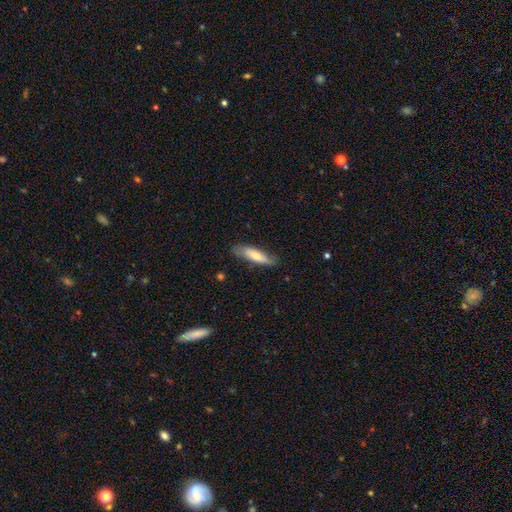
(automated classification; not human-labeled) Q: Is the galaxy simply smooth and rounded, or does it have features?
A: smooth — 71%.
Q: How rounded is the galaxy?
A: cigar-shaped — 64%.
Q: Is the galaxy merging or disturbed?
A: none — 76%.